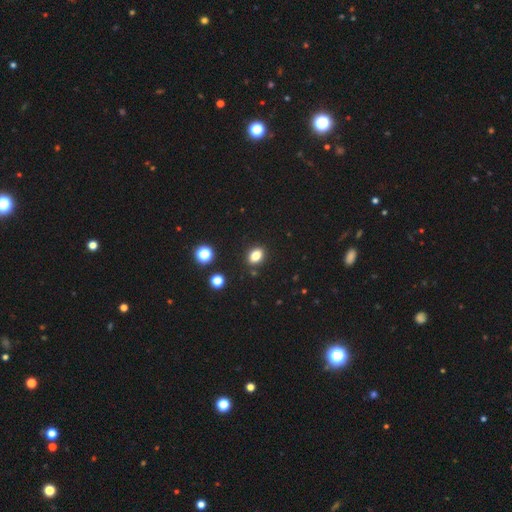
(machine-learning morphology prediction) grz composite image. It shows a smooth galaxy with no disk features (81%) that is in between round and cigar-shaped (74%). Merging: none (87%).